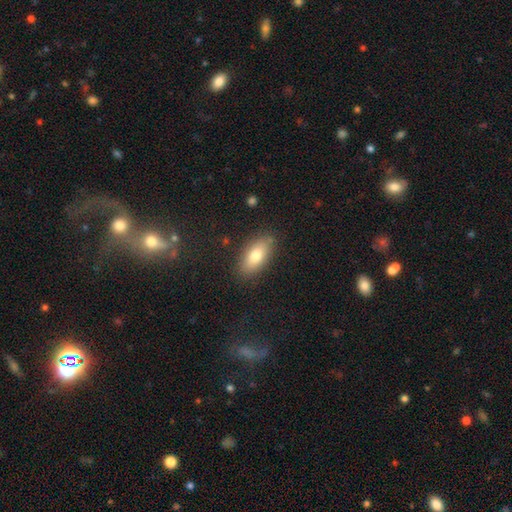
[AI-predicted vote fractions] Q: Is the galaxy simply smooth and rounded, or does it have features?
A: smooth — 77%.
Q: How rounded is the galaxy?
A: in between — 87%.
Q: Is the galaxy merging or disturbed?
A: none — 85%.